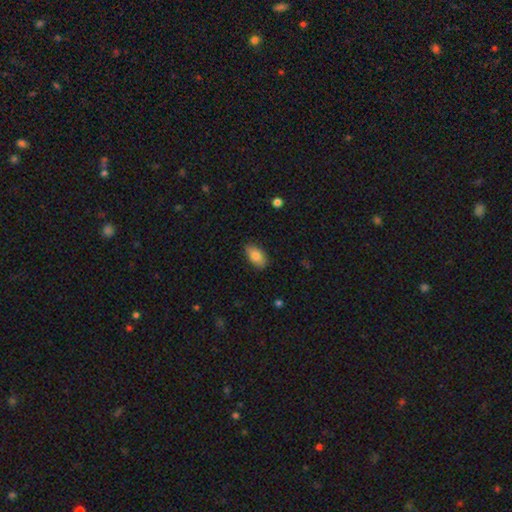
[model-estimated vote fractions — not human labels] The model was most divided on "smooth or featured": smooth: 83%, featured or disk: 10%, star or artifact: 7%. More confident: how rounded — in between (93%); merging — none (85%).